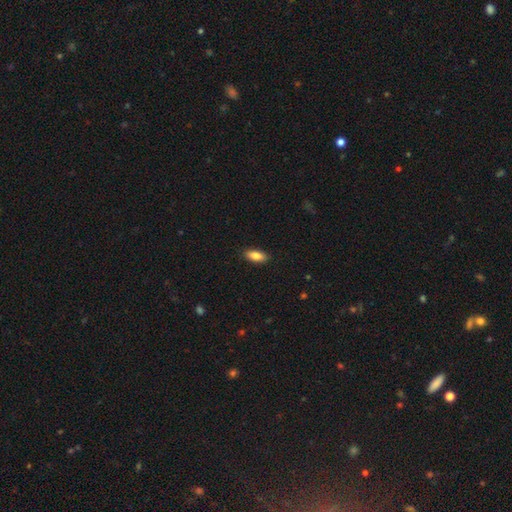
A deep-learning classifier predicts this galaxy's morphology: Q: Smooth or featured?
A: smooth (85%); runner-up: featured or disk (8%)
Q: How rounded?
A: in between (83%); runner-up: cigar-shaped (14%)
Q: Merging?
A: none (89%); runner-up: minor disturbance (8%)